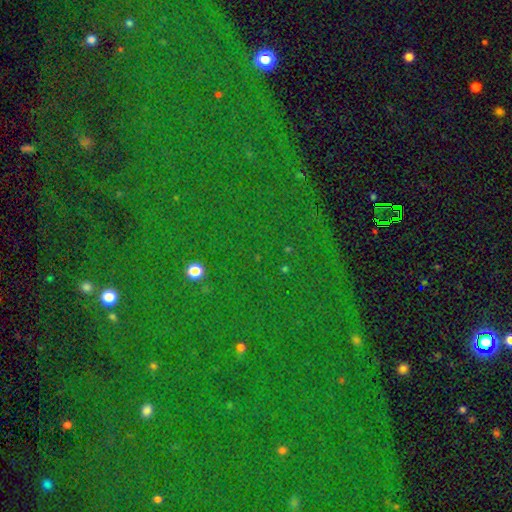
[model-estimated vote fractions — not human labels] Morphology: type=star or artifact (85%).